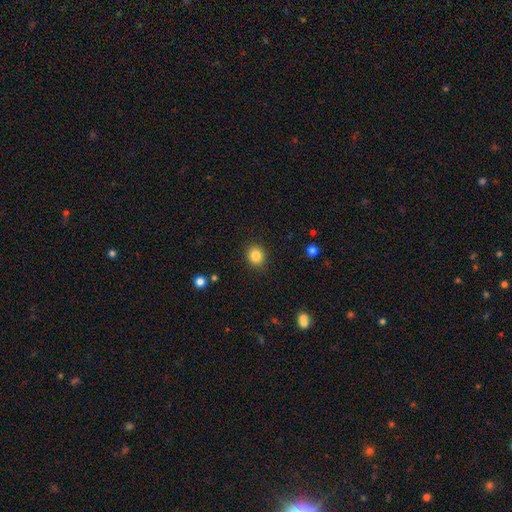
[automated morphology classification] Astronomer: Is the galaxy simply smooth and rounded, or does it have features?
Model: smooth — 85%.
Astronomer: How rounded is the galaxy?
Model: round — 79%.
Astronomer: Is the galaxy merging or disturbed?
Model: none — 90%.